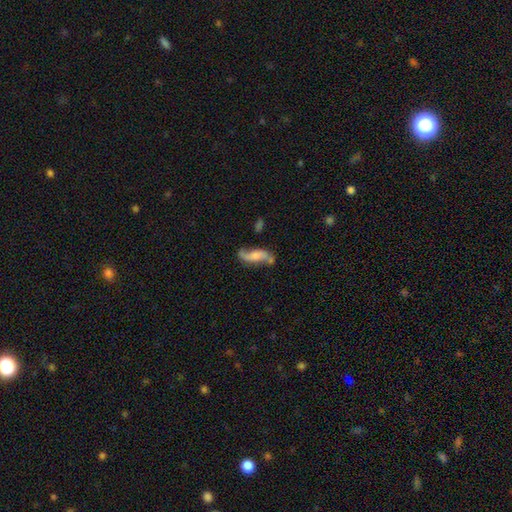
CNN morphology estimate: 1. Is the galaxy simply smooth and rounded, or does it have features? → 70% featured or disk, 23% smooth, 7% star or artifact.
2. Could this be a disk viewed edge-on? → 89% no, 11% yes.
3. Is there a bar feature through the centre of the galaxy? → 55% no, 34% weak, 11% strong.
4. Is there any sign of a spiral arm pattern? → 92% yes, 8% no.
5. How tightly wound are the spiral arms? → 81% loose, 15% medium, 4% tight.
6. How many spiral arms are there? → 89% 2, 5% 1, 3% can't tell, 1% 3, 1% 4, 1% more than 4.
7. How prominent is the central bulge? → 33% moderate, 32% small, 23% none, 10% large, 2% dominant.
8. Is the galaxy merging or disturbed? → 60% none, 21% minor disturbance, 10% major disturbance, 10% merger.